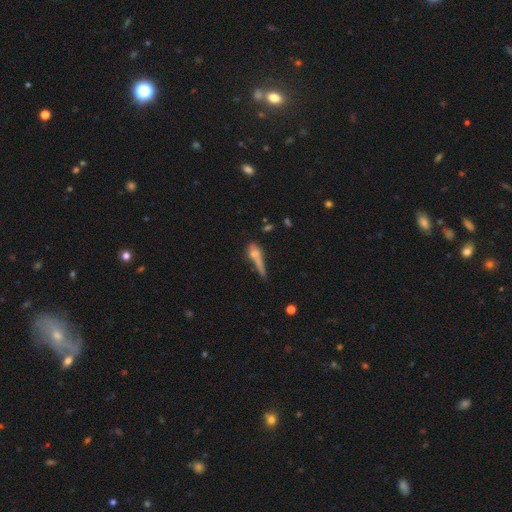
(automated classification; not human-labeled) smooth-or-featured: smooth: 58% | featured or disk: 30% | star or artifact: 12%
  how-rounded: cigar-shaped: 51% | in between: 32% | round: 17%
  merging: none: 32% | major disturbance: 25% | merger: 22% | minor disturbance: 21%